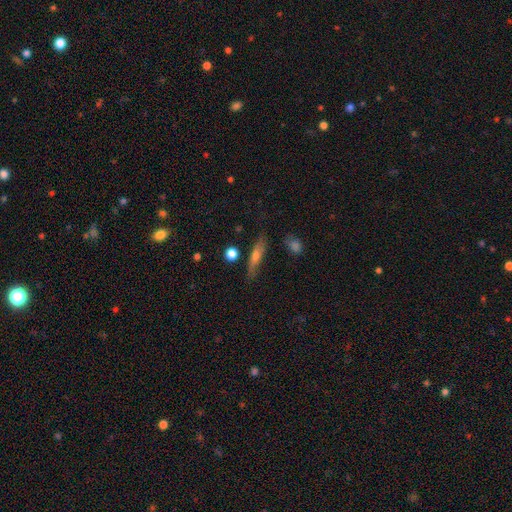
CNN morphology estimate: Q: Smooth or featured?
A: smooth (49%); runner-up: featured or disk (42%)
Q: Merging?
A: none (79%); runner-up: minor disturbance (14%)